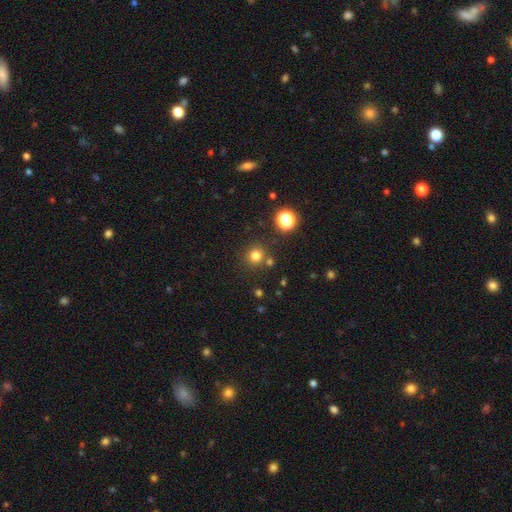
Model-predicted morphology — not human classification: Smooth or featured? smooth (76%)
How rounded? round (92%)
Merging? none (81%)